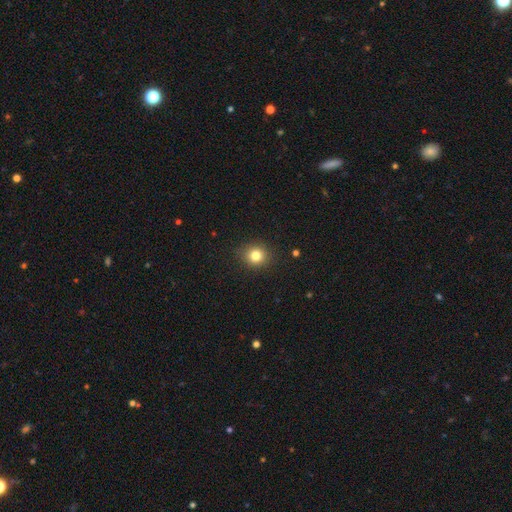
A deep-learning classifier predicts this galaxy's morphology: Q: Smooth or featured?
A: smooth (81%); runner-up: star or artifact (12%)
Q: How rounded?
A: round (83%); runner-up: in between (16%)
Q: Merging?
A: none (89%); runner-up: minor disturbance (8%)